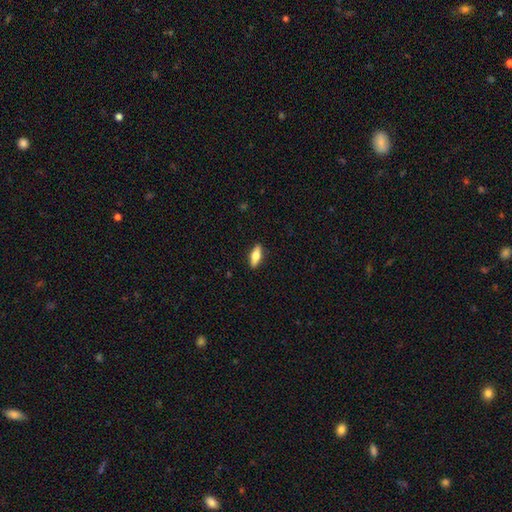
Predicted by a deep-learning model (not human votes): smooth 67%, featured or disk 27%, star or artifact 6%. Down the decision tree: how rounded — in between (61%); merging — none (90%).